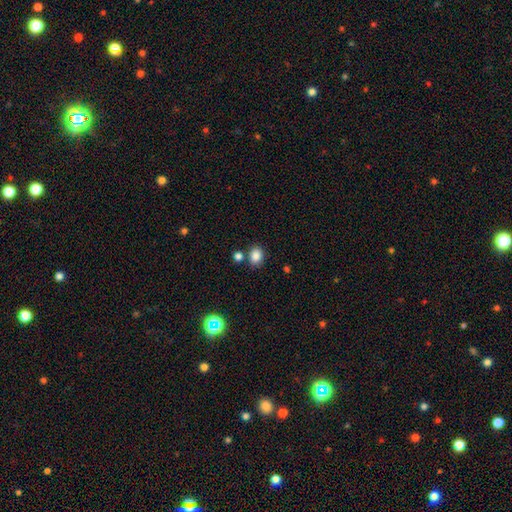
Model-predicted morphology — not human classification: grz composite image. It shows a smooth galaxy with no disk features (85%) that is round (53%). Merging: none (74%).